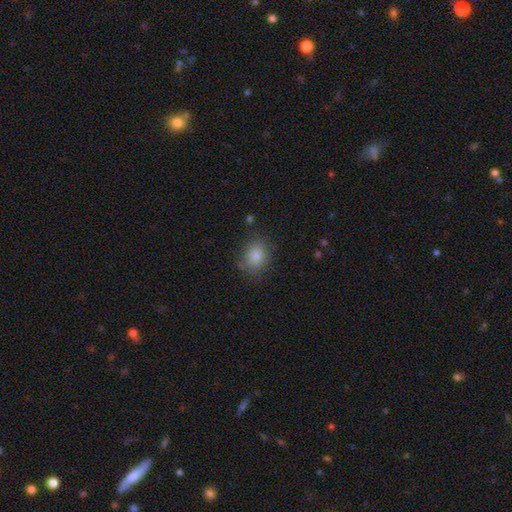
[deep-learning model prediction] Morphology: type=smooth (81%); roundness=round (55%); merging=none (82%).